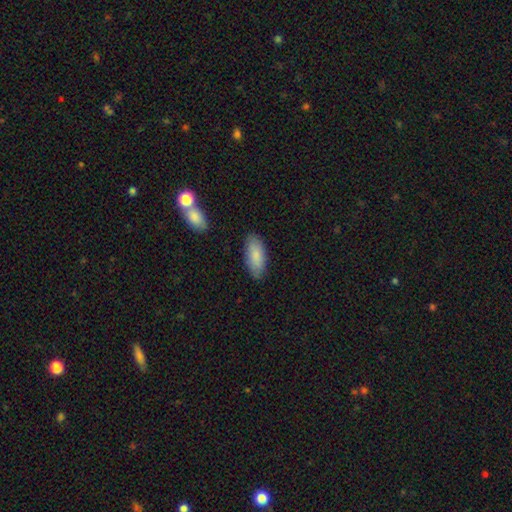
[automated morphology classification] Smooth or featured? Predicted: smooth (p=0.85). How rounded? Predicted: in between (p=0.86). Merging? Predicted: none (p=0.83).